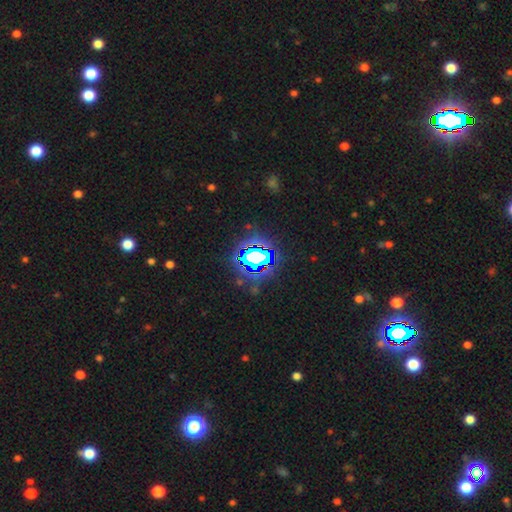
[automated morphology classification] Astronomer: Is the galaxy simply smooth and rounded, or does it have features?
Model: star or artifact — 74%.